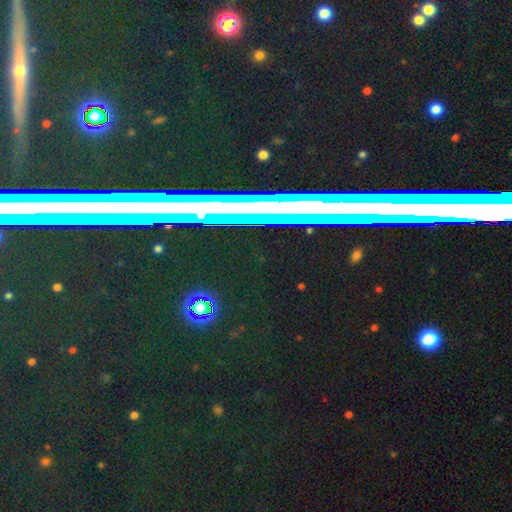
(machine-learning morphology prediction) This appears to be a star or artifact, not a galaxy (73%).